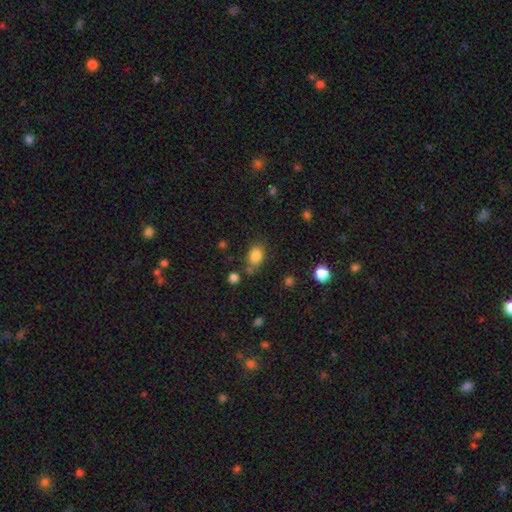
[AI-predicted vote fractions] Smooth or featured? Predicted: smooth (p=0.83). How rounded? Predicted: in between (p=0.77). Merging? Predicted: none (p=0.64).